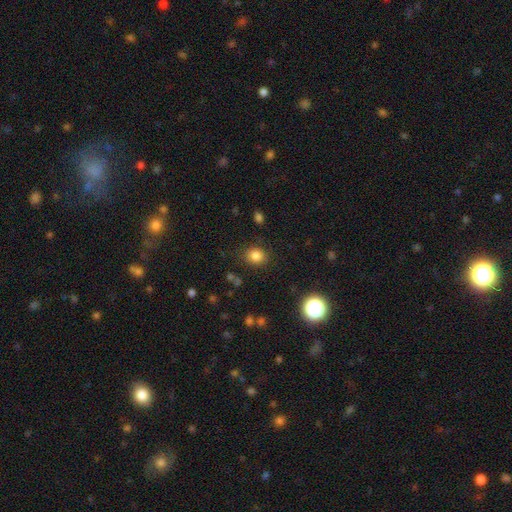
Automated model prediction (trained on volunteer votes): Q: Smooth or featured?
A: smooth (82%); runner-up: star or artifact (13%)
Q: How rounded?
A: round (73%); runner-up: in between (26%)
Q: Merging?
A: none (86%); runner-up: minor disturbance (9%)